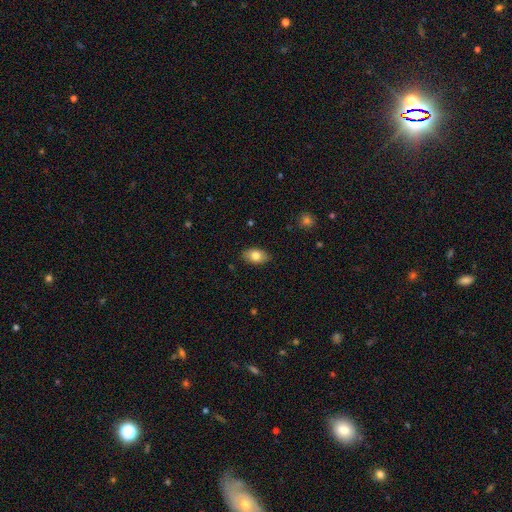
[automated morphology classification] Smooth or featured: smooth — 81% (featured or disk — 12%)
How rounded: in between — 90% (round — 8%)
Merging: none — 87% (minor disturbance — 10%)